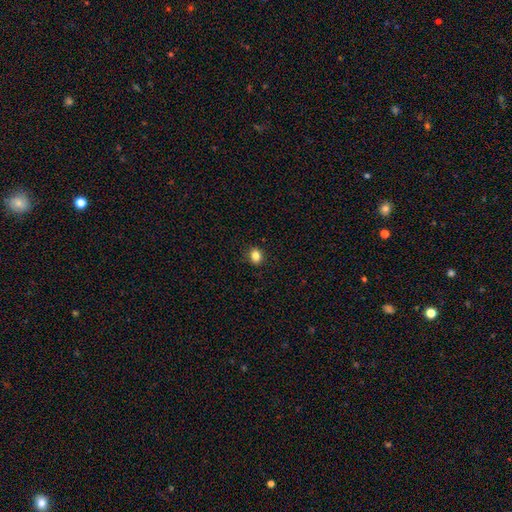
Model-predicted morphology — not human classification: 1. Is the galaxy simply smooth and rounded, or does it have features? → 84% smooth, 11% star or artifact, 5% featured or disk.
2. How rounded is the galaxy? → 57% round, 42% in between, 1% cigar-shaped.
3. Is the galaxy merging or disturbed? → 88% none, 9% minor disturbance, 2% major disturbance, 1% merger.